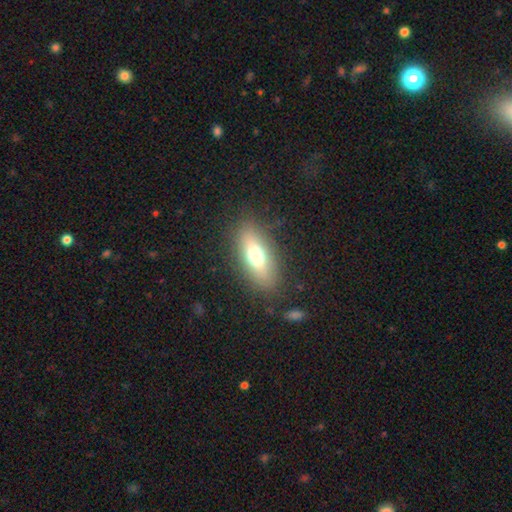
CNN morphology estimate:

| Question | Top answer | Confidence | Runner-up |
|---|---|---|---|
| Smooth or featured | smooth | 63% | featured or disk (28%) |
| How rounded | in between | 72% | cigar-shaped (23%) |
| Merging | none | 85% | minor disturbance (10%) |